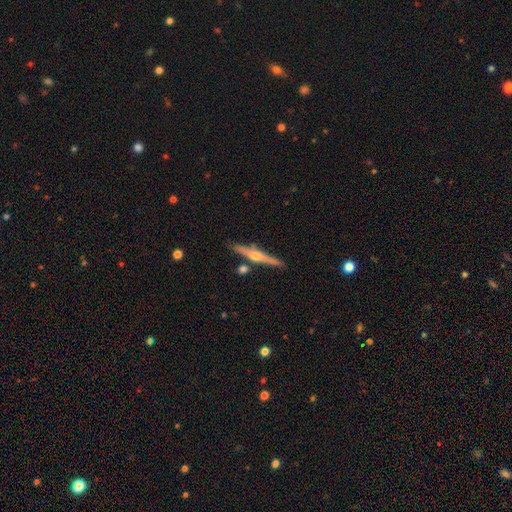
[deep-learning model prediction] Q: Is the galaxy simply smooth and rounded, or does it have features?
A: featured or disk — 78%.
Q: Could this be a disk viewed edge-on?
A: yes — 98%.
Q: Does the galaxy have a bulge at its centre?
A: rounded — 92%.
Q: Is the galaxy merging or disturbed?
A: none — 87%.